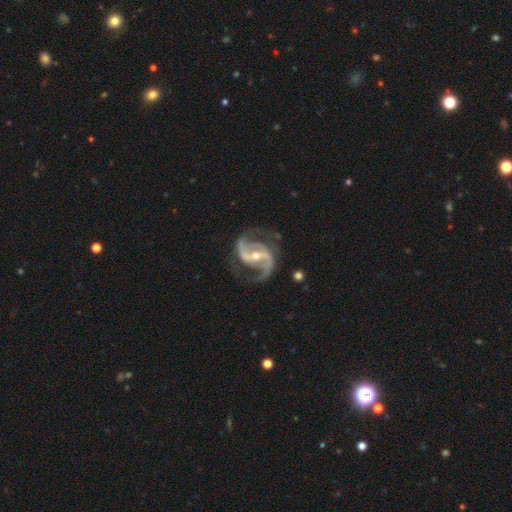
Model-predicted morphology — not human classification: A featured or disk galaxy (93%) with a strong bar (50%), 2 (92%) medium (60%) spiral arms (98%) and a small central bulge (49%). Merging: none (76%).